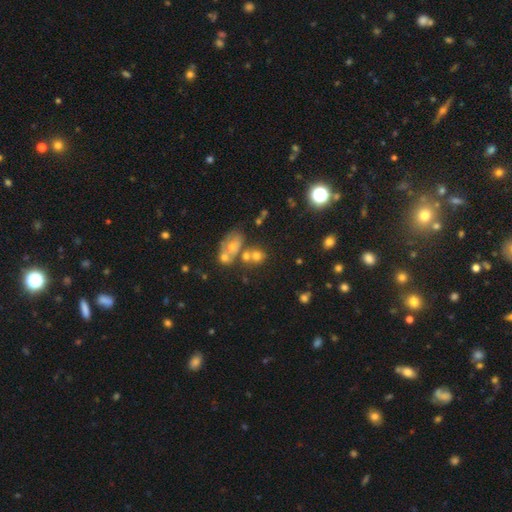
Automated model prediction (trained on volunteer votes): A smooth galaxy with no disk features (47%).

Vote fractions:
- Smooth or featured? smooth: 47% / star or artifact: 30% / featured or disk: 23%
- Merging? none: 49% / merger: 32% / minor disturbance: 12% / major disturbance: 7%